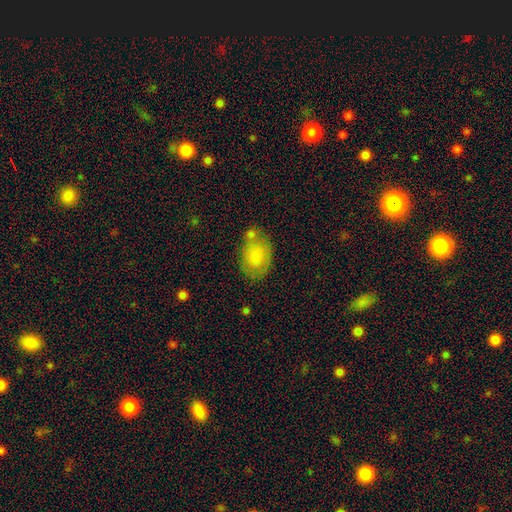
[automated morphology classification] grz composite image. It shows a smooth galaxy with no disk features (76%) that is in between round and cigar-shaped (81%). Merging: none (55%).